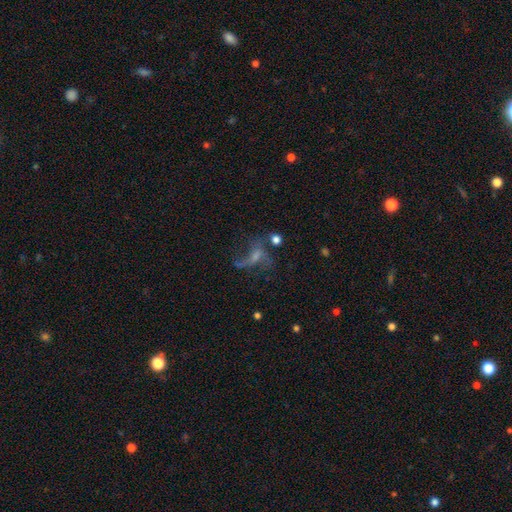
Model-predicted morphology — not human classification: Overall: featured or disk (60%; star or artifact 22%). Edge-on disk: no (91%). Bar: no (58%; weak 31%). Spiral arms: yes (70%; no 30%). Bulge size: small (45%; moderate 28%). Merging: none (45%; major disturbance 31%).